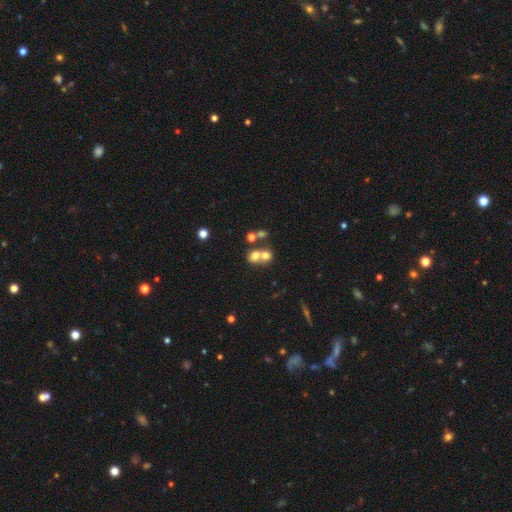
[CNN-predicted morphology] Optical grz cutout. It shows a smooth galaxy with no disk features (66%) that is round (72%). Merging: merger (57%).